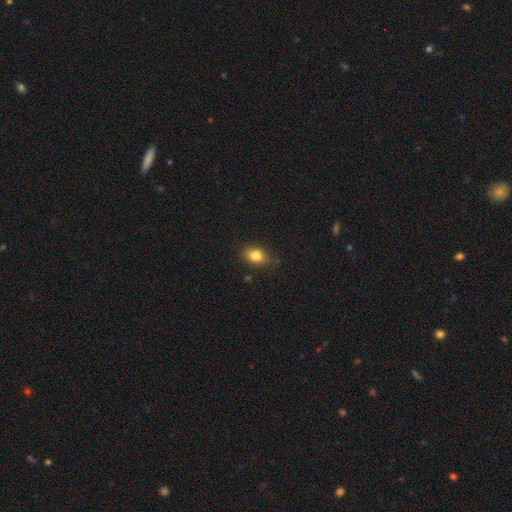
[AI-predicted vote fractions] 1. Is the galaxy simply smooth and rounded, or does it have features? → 83% smooth, 10% star or artifact, 7% featured or disk.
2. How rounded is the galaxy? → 70% in between, 28% round, 1% cigar-shaped.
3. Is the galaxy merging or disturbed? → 82% none, 14% minor disturbance, 3% major disturbance, 1% merger.